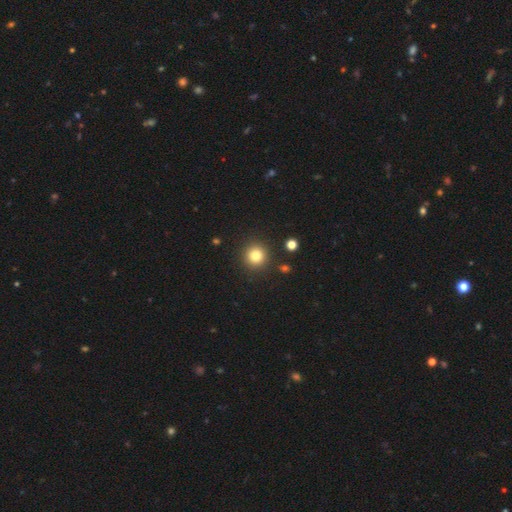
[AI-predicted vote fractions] Smooth or featured: smooth — 82% (star or artifact — 12%)
How rounded: round — 94% (in between — 5%)
Merging: none — 90% (minor disturbance — 6%)